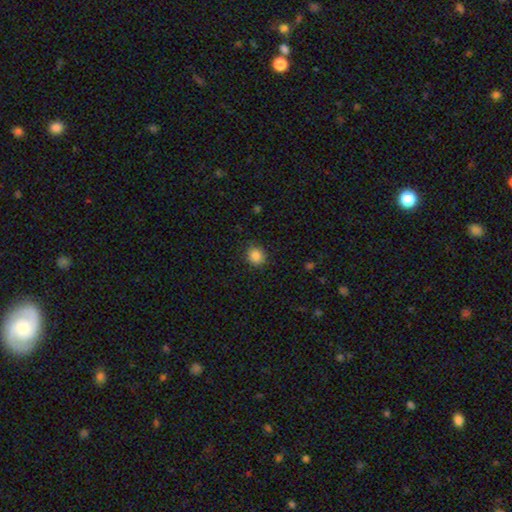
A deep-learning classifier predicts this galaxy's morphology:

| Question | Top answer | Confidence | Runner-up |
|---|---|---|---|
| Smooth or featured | smooth | 86% | star or artifact (10%) |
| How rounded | round | 82% | in between (17%) |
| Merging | none | 88% | minor disturbance (9%) |